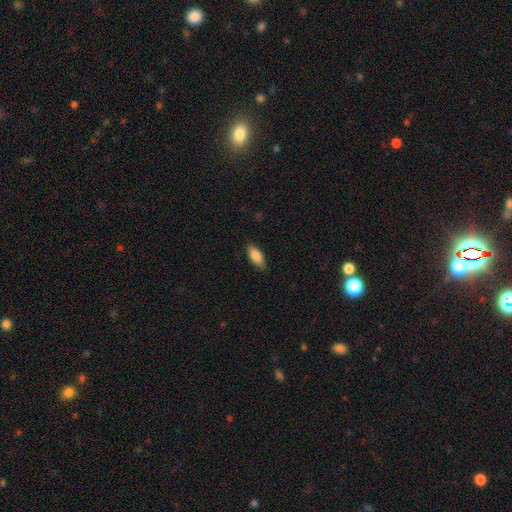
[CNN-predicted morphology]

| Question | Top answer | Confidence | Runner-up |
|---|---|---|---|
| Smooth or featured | smooth | 86% | featured or disk (8%) |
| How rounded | in between | 85% | cigar-shaped (13%) |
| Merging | none | 84% | minor disturbance (12%) |